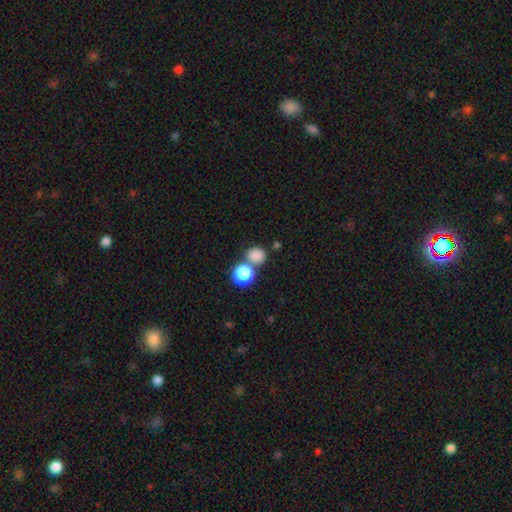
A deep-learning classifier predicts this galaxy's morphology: type=smooth (82%); roundness=round (75%); merging=none (56%).